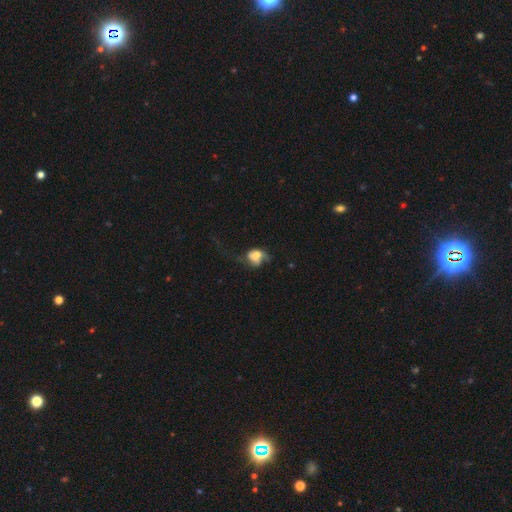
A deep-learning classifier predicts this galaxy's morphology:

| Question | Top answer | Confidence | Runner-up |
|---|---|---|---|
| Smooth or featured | smooth | 51% | featured or disk (38%) |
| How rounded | in between | 58% | round (40%) |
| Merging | major disturbance | 42% | none (22%) |